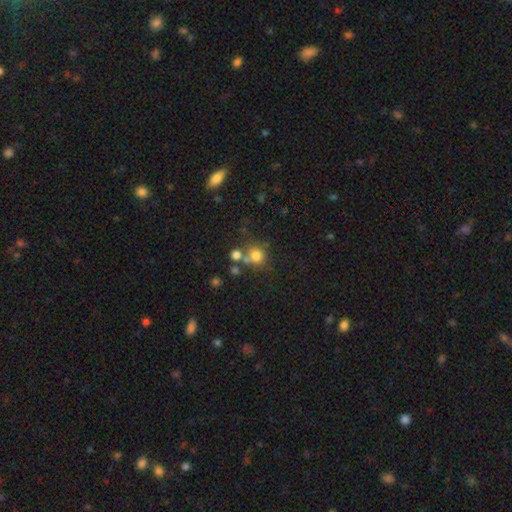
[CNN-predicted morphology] A smooth galaxy with no disk features (76%) that is round (88%).

Vote fractions:
- Smooth or featured? smooth: 76% / star or artifact: 15% / featured or disk: 9%
- How rounded? round: 88% / in between: 11% / cigar-shaped: 1%
- Merging? none: 63% / merger: 22% / minor disturbance: 10% / major disturbance: 5%